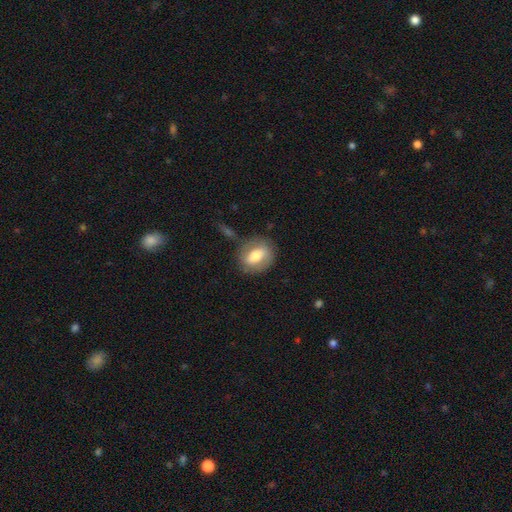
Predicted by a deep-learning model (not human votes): Overall: smooth (62%; featured or disk 31%). How rounded: in between (56%; round 41%). Merging: none (74%).